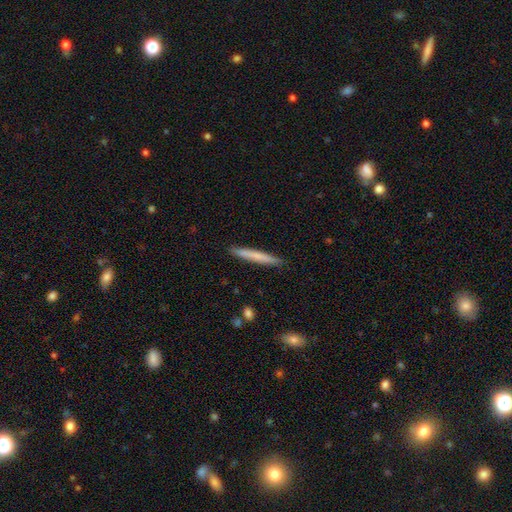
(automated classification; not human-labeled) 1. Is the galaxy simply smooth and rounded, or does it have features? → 65% smooth, 30% featured or disk, 5% star or artifact.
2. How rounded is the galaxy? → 97% cigar-shaped, 2% in between, 1% round.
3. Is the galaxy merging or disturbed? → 91% none, 6% minor disturbance, 1% major disturbance, 1% merger.